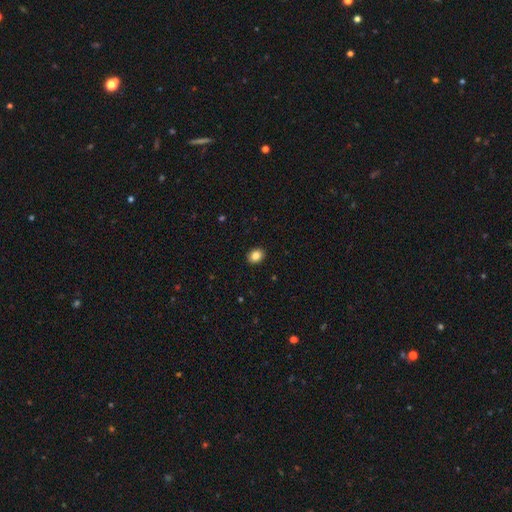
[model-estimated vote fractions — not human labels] Smooth or featured? smooth (85%)
How rounded? in between (58%)
Merging? none (91%)